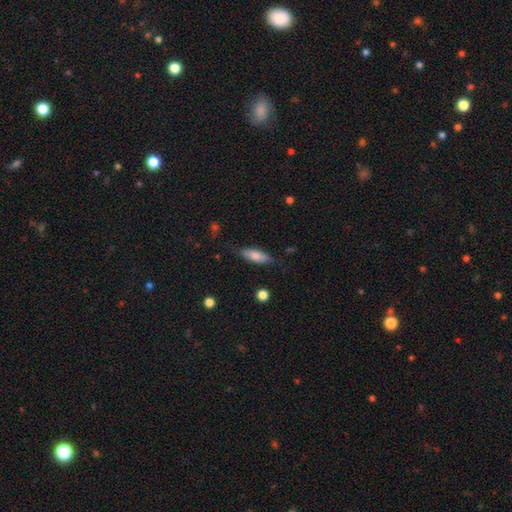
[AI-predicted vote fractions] A smooth galaxy with no disk features (76%) that is in between round and cigar-shaped (65%). Merging: none (77%).